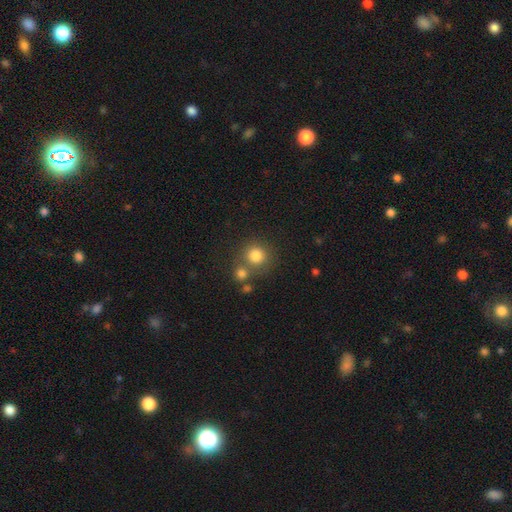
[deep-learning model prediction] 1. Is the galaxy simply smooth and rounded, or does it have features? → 81% smooth, 12% star or artifact, 7% featured or disk.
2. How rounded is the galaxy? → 92% round, 8% in between, 1% cigar-shaped.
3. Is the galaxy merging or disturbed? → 66% none, 21% merger, 8% minor disturbance, 4% major disturbance.